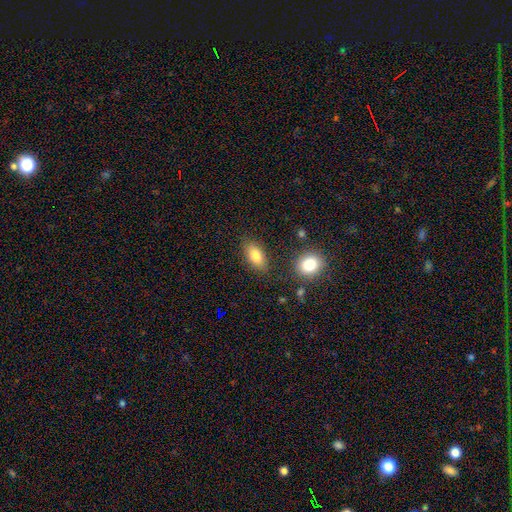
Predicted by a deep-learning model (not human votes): Q: Smooth or featured?
A: smooth (81%); runner-up: featured or disk (11%)
Q: How rounded?
A: in between (88%); runner-up: round (6%)
Q: Merging?
A: none (82%); runner-up: minor disturbance (11%)